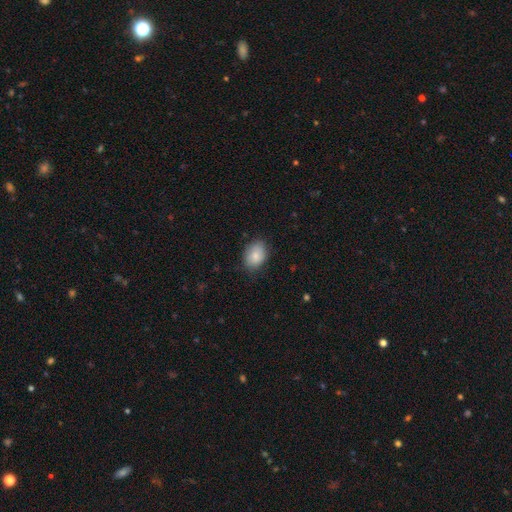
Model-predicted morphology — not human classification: smooth_or_featured: smooth (p=0.84) [alt: featured or disk p=0.09]
how_rounded: in between (p=0.72) [alt: round p=0.27]
merging: none (p=0.77) [alt: minor disturbance p=0.18]